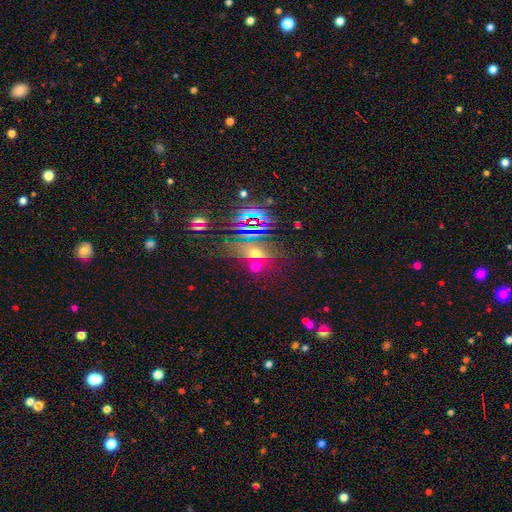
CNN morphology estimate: type=star or artifact (50%).